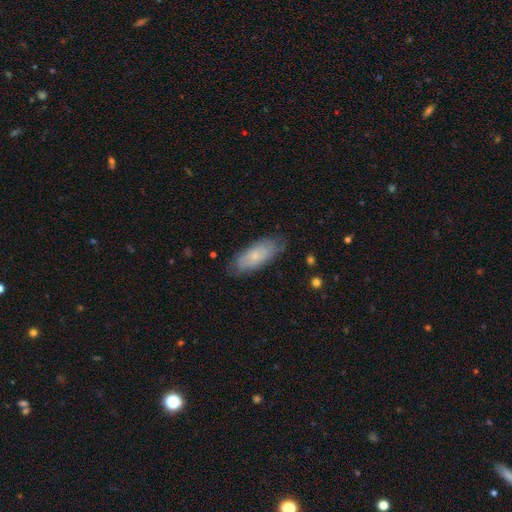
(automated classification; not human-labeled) This is possibly a smooth galaxy (59%). How rounded: likely in between (77%). Merging: likely none (75%).